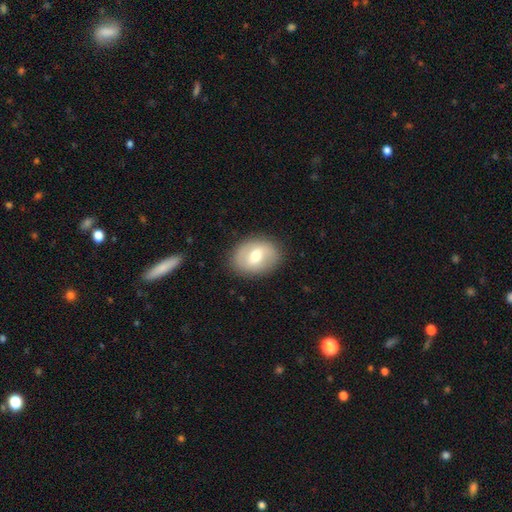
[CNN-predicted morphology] A smooth galaxy with no disk features (50%) that is in between round and cigar-shaped (64%).

Vote fractions:
- Smooth or featured? smooth: 50% / featured or disk: 43% / star or artifact: 7%
- How rounded? in between: 64% / round: 35% / cigar-shaped: 1%
- Merging? none: 84% / minor disturbance: 11% / major disturbance: 4% / merger: 1%